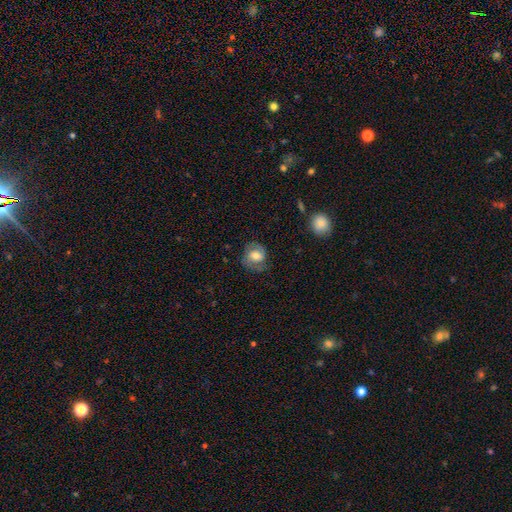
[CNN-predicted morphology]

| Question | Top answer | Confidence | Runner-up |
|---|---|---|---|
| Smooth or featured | smooth | 51% | featured or disk (41%) |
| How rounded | round | 72% | in between (27%) |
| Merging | none | 65% | minor disturbance (22%) |